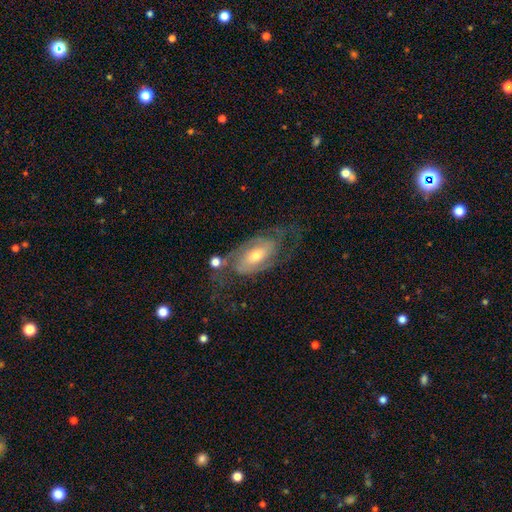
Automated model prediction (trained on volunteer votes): This appears to be a featured or disk galaxy (82%) with no bar (45%), 2 (72%) medium (45%) spiral arms (93%) and a moderate central bulge (55%). Merging: none (59%).